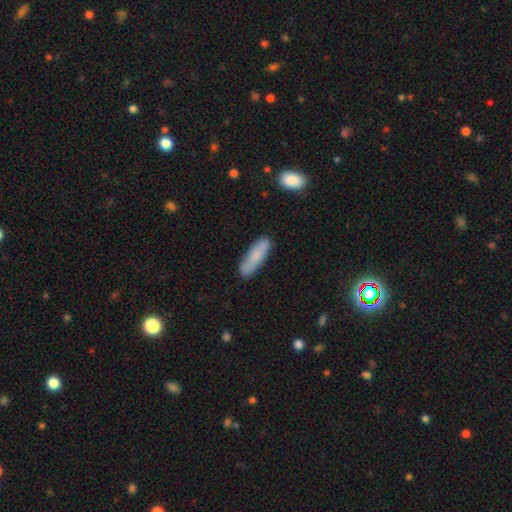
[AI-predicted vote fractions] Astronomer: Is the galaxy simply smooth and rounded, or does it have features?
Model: smooth — 75%.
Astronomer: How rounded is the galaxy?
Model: cigar-shaped — 63%.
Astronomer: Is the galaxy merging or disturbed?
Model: none — 82%.